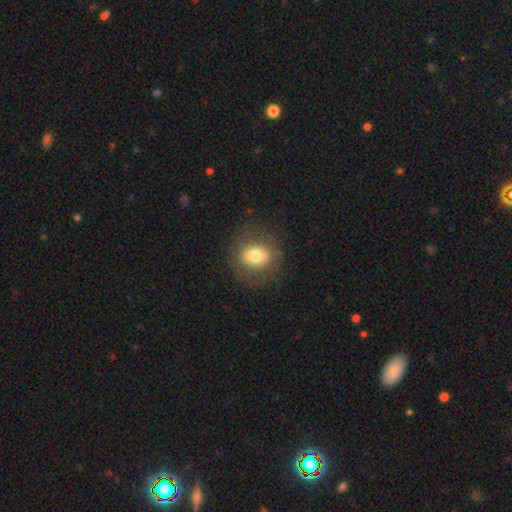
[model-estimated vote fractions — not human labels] This is likely a smooth galaxy (62%). How rounded: likely round (66%). Merging: clearly none (80%).